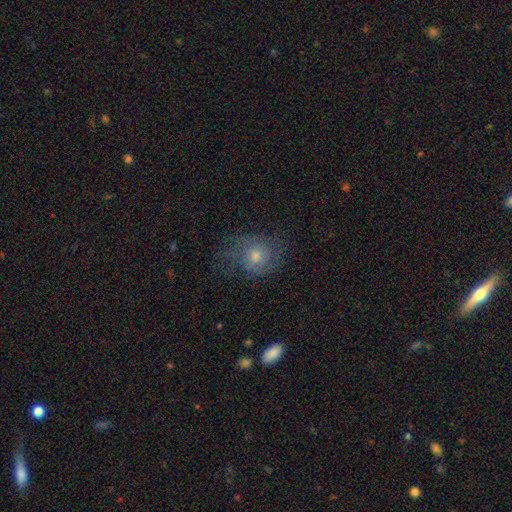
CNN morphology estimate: smooth-or-featured: featured or disk: 45% | smooth: 43% | star or artifact: 12%
  merging: none: 56% | minor disturbance: 22% | major disturbance: 20% | merger: 1%